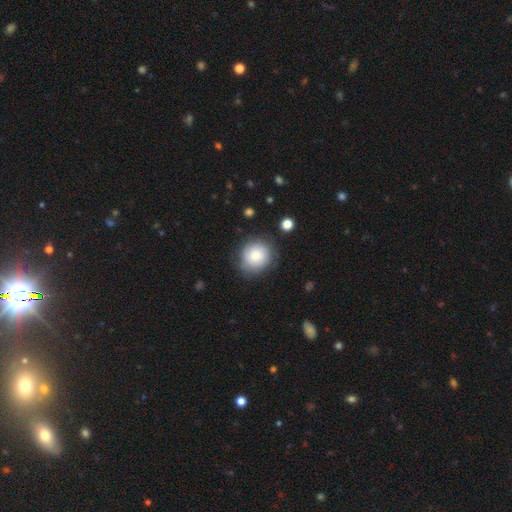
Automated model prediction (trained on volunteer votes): smooth_or_featured: smooth (p=0.80) [alt: featured or disk p=0.13]
how_rounded: round (p=0.85) [alt: in between p=0.15]
merging: none (p=0.78) [alt: minor disturbance p=0.15]